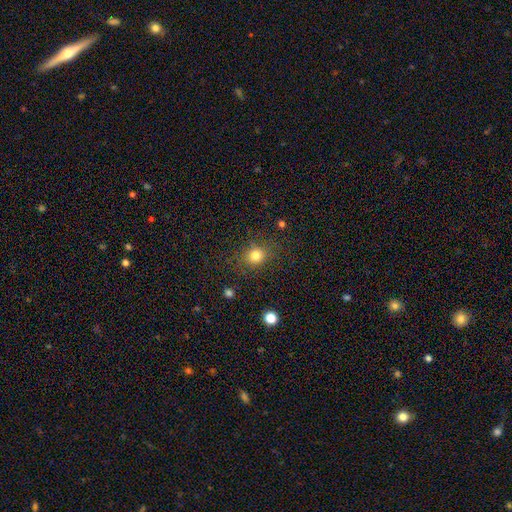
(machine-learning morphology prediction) Smooth or featured? Predicted: smooth (p=0.80). How rounded? Predicted: round (p=0.74). Merging? Predicted: none (p=0.82).